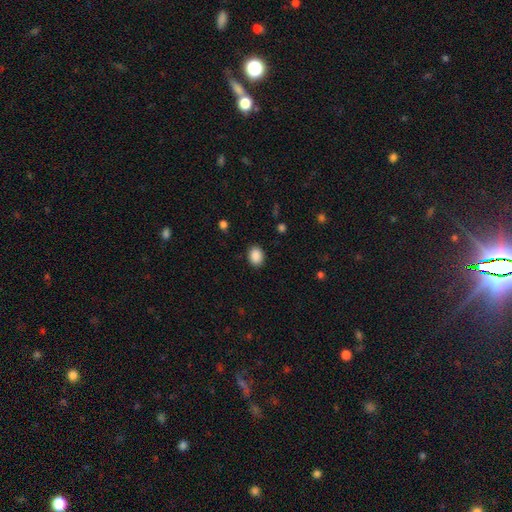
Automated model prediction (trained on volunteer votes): Smooth or featured? smooth (89%)
How rounded? in between (61%)
Merging? none (87%)